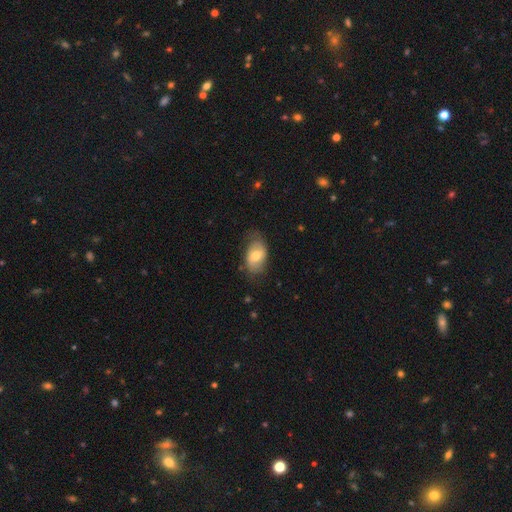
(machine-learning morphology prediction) This is possibly a smooth galaxy (58%). How rounded: clearly in between (88%). Merging: likely none (67%).